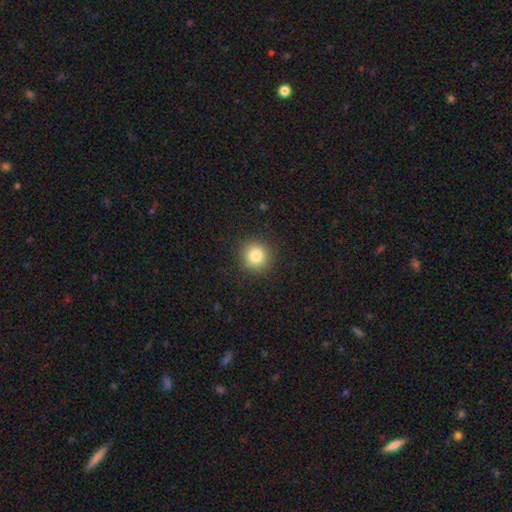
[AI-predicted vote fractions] smooth-or-featured: smooth: 83% | star or artifact: 11% | featured or disk: 6%
  how-rounded: round: 92% | in between: 7% | cigar-shaped: 1%
  merging: none: 91% | minor disturbance: 6% | major disturbance: 2% | merger: 1%